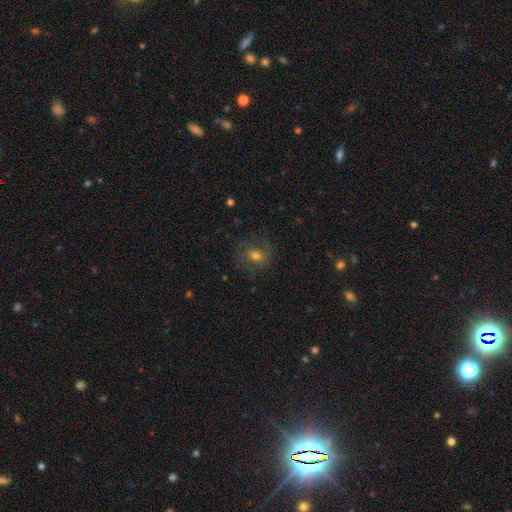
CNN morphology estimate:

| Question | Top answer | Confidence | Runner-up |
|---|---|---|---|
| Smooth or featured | smooth | 52% | featured or disk (36%) |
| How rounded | round | 53% | in between (45%) |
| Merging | none | 70% | minor disturbance (17%) |